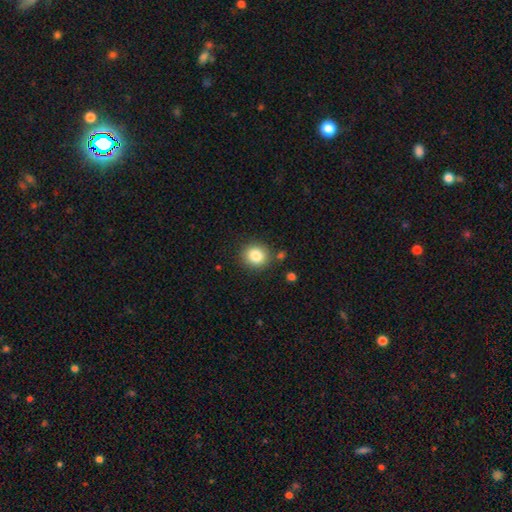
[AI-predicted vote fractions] A smooth galaxy with no disk features (84%) that is round (84%). Merging: none (85%).